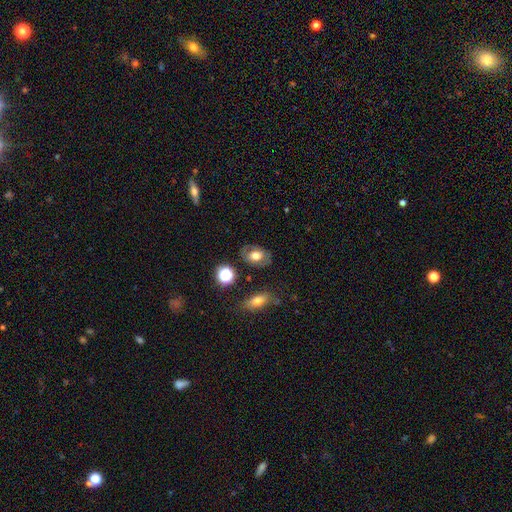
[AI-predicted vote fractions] smooth_or_featured: smooth (p=0.52) [alt: featured or disk p=0.37]
how_rounded: in between (p=0.74) [alt: round p=0.24]
merging: none (p=0.76) [alt: minor disturbance p=0.15]